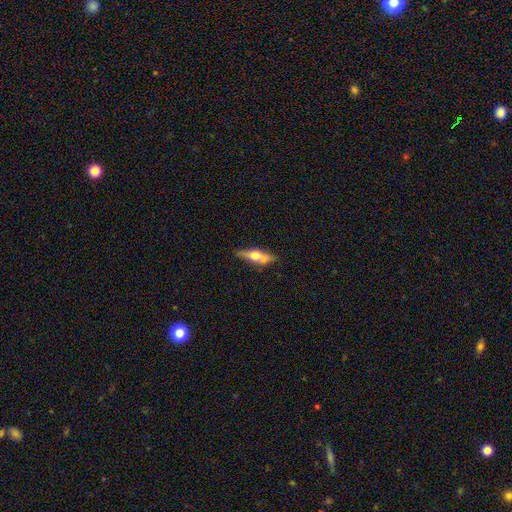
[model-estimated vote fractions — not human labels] A featured or disk galaxy (50%). Merging: none (63%).